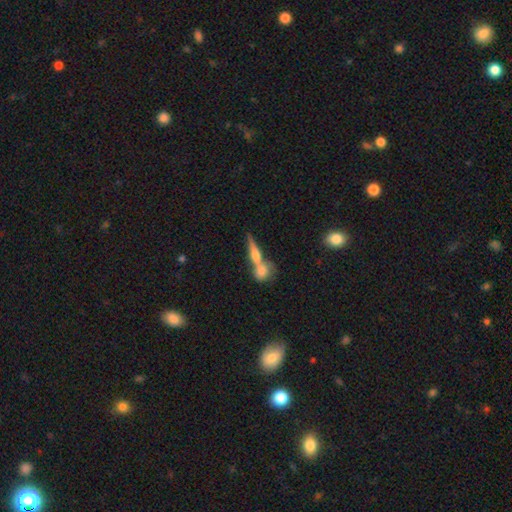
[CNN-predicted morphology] Smooth or featured? Predicted: featured or disk (p=0.50). Merging? Predicted: none (p=0.45).